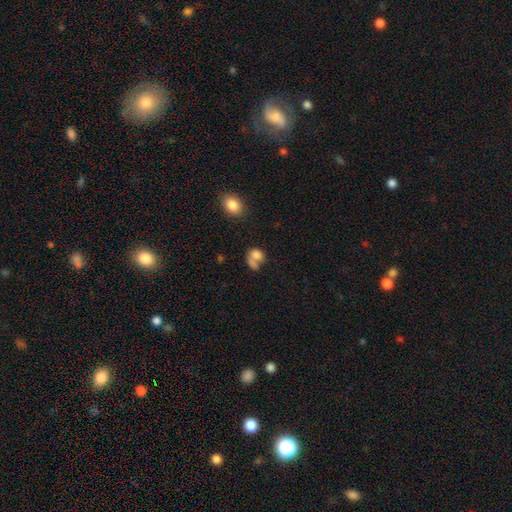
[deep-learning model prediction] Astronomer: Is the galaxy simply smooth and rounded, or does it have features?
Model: smooth — 73%.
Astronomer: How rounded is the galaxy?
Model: in between — 54% (runner-up: round, 44%).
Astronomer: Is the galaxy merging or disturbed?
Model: merger — 47% (runner-up: none, 26%).